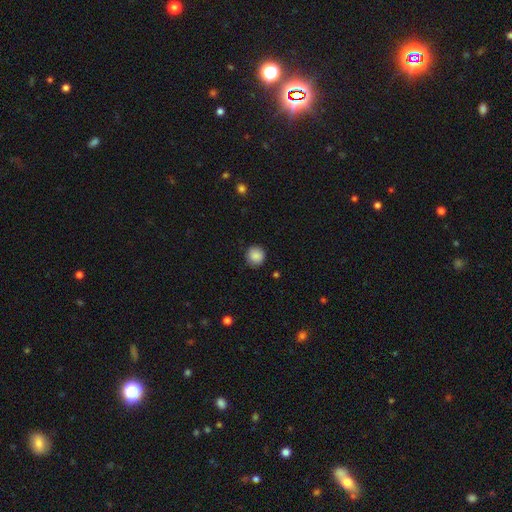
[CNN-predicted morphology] A smooth galaxy with no disk features (88%) that is round (93%). Merging: none (88%).